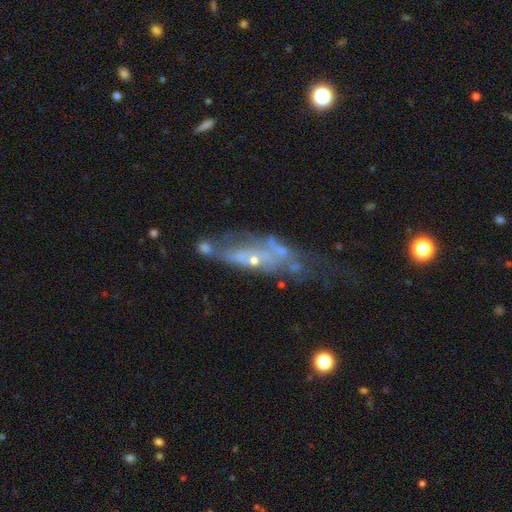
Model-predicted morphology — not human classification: Smooth or featured? featured or disk (64%)
Edge-on disk? no (72%)
Merging? none (35%)